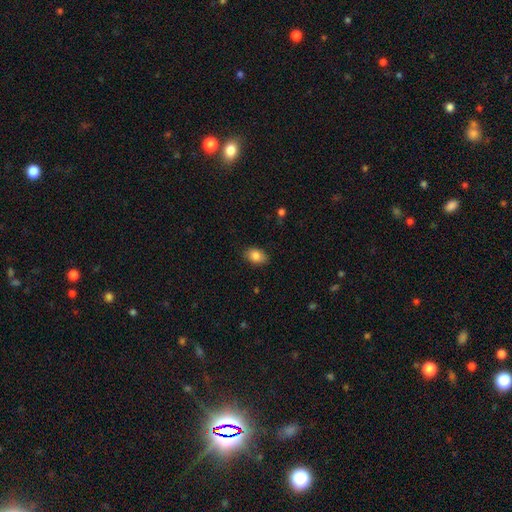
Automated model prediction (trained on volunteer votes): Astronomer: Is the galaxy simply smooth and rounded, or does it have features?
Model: smooth — 85%.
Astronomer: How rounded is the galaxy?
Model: in between — 83%.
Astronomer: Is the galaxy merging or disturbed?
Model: none — 85%.